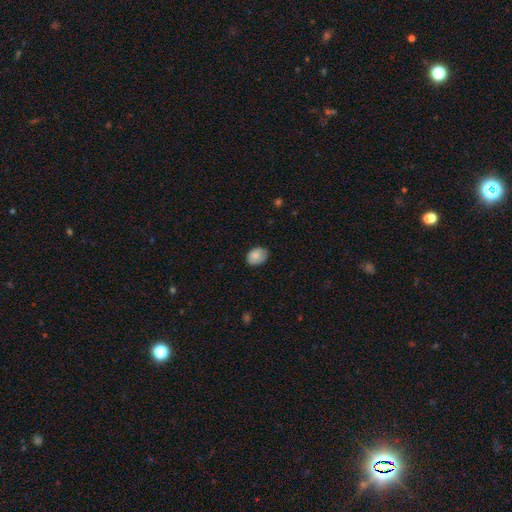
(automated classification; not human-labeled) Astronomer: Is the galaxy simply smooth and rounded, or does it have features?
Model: smooth — 80%.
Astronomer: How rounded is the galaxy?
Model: in between — 69%.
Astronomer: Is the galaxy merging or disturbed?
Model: none — 69%.